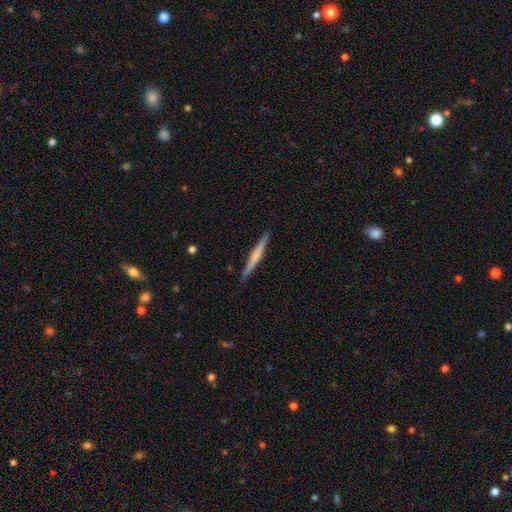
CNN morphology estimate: Q: Smooth or featured?
A: featured or disk (50%); runner-up: smooth (45%)
Q: Merging?
A: none (92%); runner-up: minor disturbance (6%)